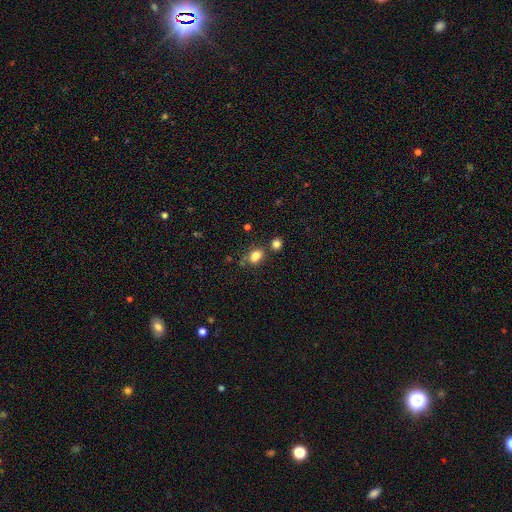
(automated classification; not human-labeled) Morphology: type=smooth (79%); roundness=in between (65%); merging=none (54%).